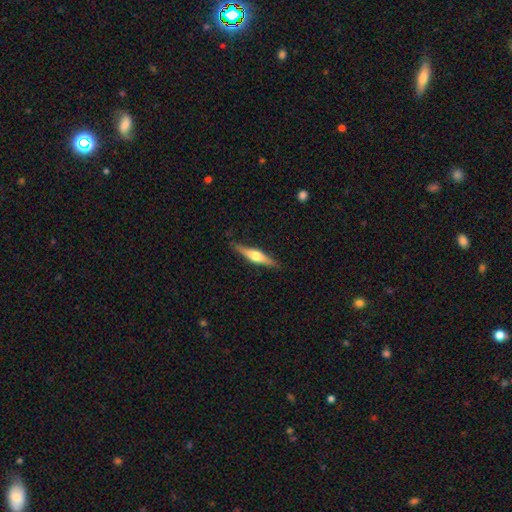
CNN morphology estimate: Smooth or featured: featured or disk — 67% (smooth — 28%)
Edge-on disk: yes — 97% (no — 3%)
Edge-on bulge: rounded — 92% (boxy — 5%)
Merging: none — 87% (minor disturbance — 10%)